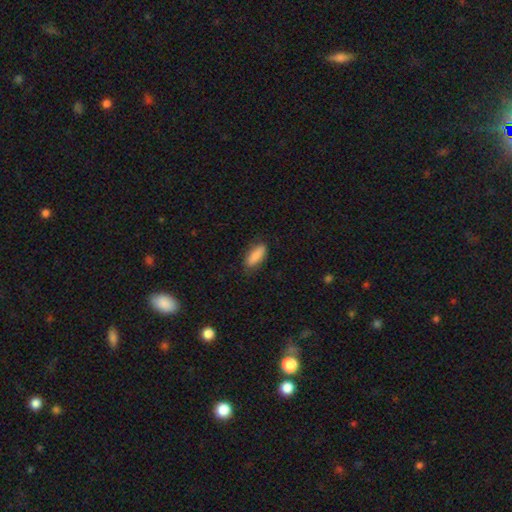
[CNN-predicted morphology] smooth_or_featured: smooth (p=0.85) [alt: featured or disk p=0.09]
how_rounded: in between (p=0.74) [alt: cigar-shaped p=0.23]
merging: none (p=0.80) [alt: minor disturbance p=0.16]